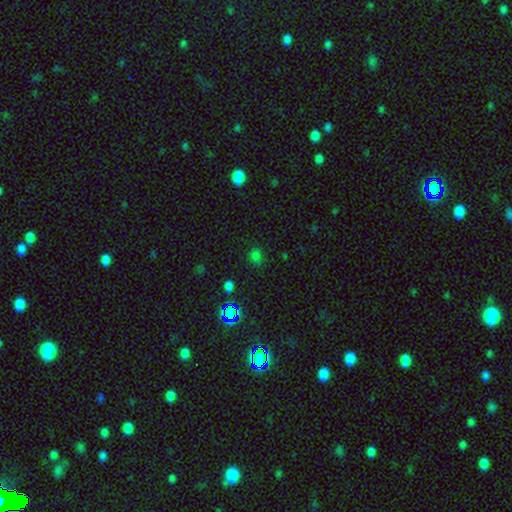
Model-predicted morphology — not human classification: smooth_or_featured: smooth (p=0.62) [alt: star or artifact p=0.33]
how_rounded: round (p=0.51) [alt: in between p=0.48]
merging: none (p=0.72) [alt: minor disturbance p=0.18]